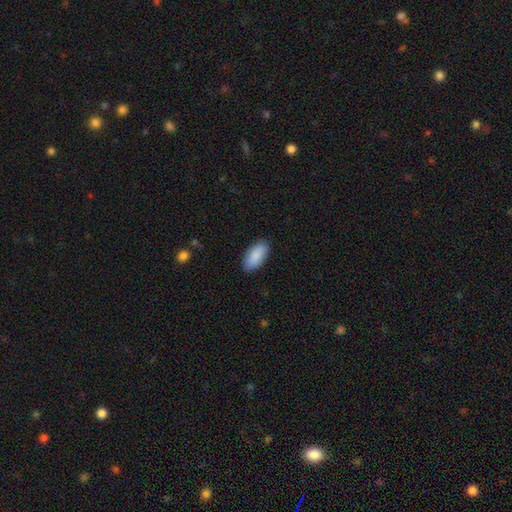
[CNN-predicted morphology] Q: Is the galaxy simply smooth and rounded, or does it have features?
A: smooth — 90%.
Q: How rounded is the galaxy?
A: in between — 90%.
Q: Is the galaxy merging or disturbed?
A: none — 89%.